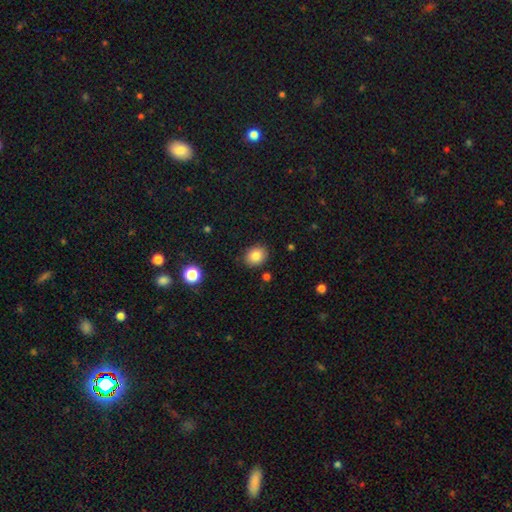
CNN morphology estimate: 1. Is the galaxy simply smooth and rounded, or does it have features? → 84% smooth, 9% star or artifact, 6% featured or disk.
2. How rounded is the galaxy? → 56% round, 43% in between, 1% cigar-shaped.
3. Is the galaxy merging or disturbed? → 88% none, 8% minor disturbance, 2% major disturbance, 2% merger.